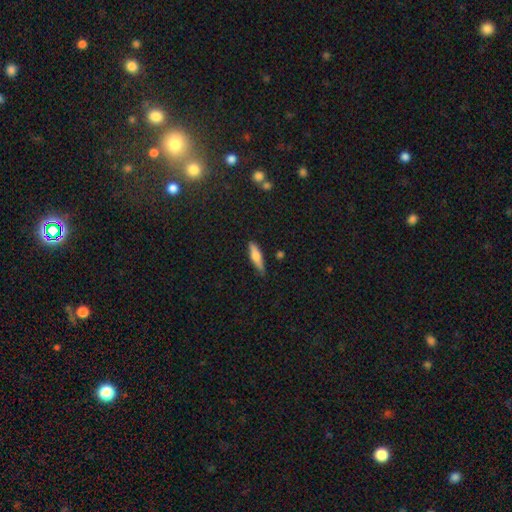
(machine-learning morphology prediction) Smooth or featured?
  - smooth: 64% *
  - featured or disk: 30%
  - star or artifact: 7%
How rounded?
  - cigar-shaped: 72% *
  - in between: 26%
  - round: 2%
Merging?
  - none: 81% *
  - minor disturbance: 15%
  - major disturbance: 3%
  - merger: 2%